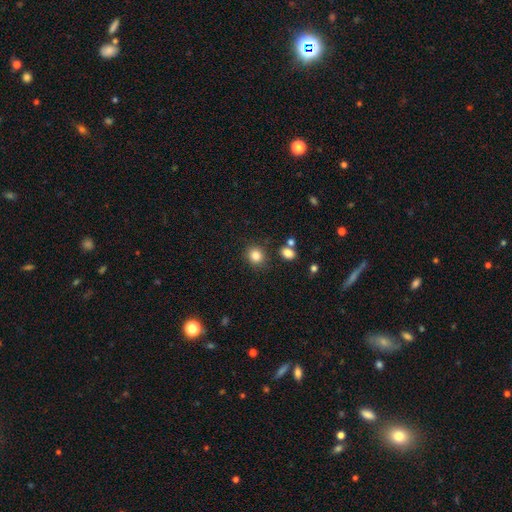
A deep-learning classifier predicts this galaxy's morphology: This is clearly a smooth galaxy (84%). How rounded: likely round (79%). Merging: clearly none (83%).